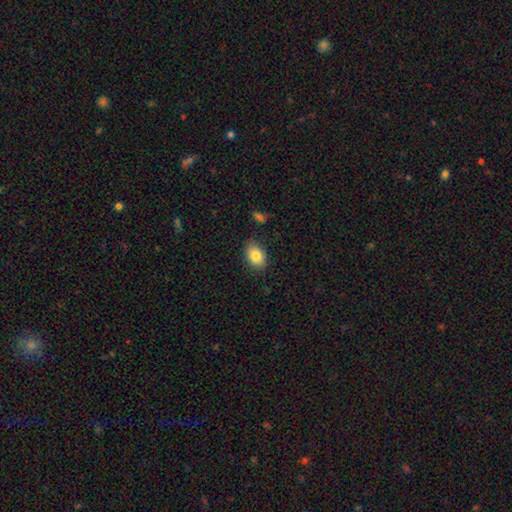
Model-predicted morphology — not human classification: Overall: smooth (84%). How rounded: in between (83%). Merging: none (82%).